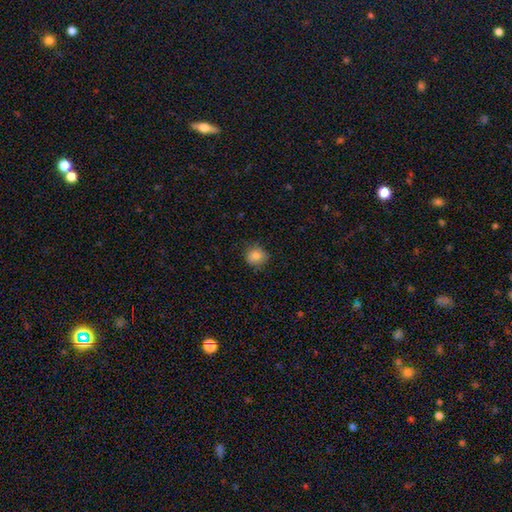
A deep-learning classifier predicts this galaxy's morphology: This appears to be a smooth galaxy with no disk features (81%) that is round (86%). Merging: none (82%).